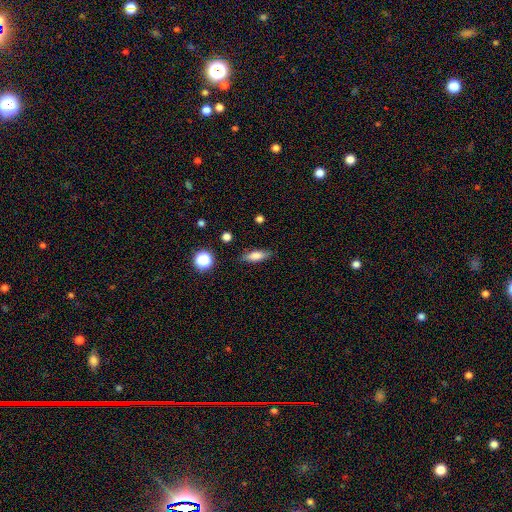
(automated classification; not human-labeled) Smooth or featured: smooth — 75% (featured or disk — 16%)
How rounded: in between — 58% (cigar-shaped — 37%)
Merging: none — 84% (minor disturbance — 12%)